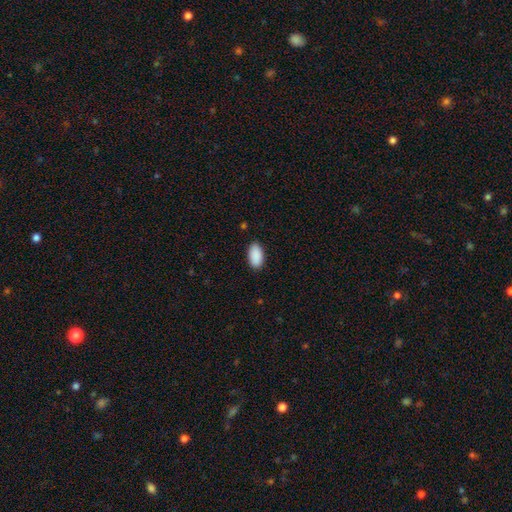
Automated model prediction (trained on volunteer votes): A smooth galaxy with no disk features (91%) that is in between round and cigar-shaped (95%). Merging: none (87%).